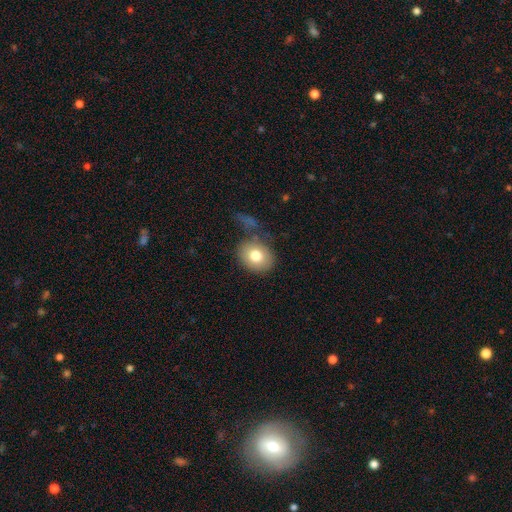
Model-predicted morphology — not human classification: smooth_or_featured: smooth (p=0.77) [alt: featured or disk p=0.14]
how_rounded: round (p=0.60) [alt: in between p=0.39]
merging: none (p=0.65) [alt: minor disturbance p=0.18]